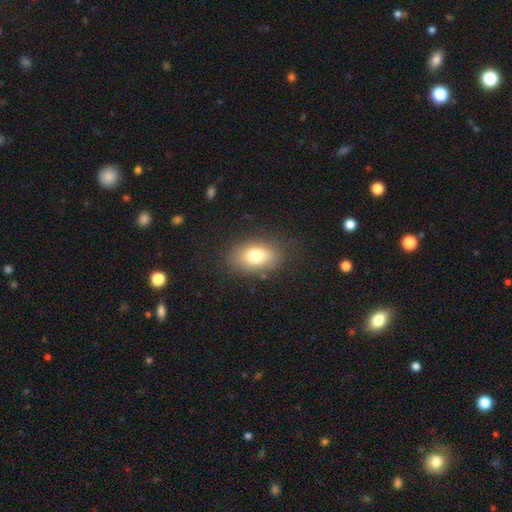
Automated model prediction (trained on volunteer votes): Smooth or featured? smooth (77%)
How rounded? in between (86%)
Merging? none (81%)